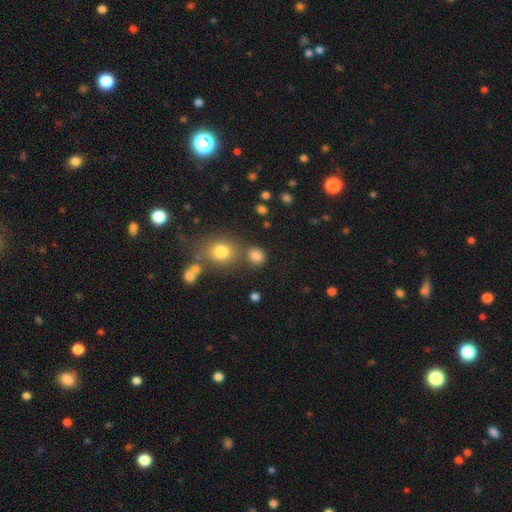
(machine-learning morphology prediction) smooth_or_featured: smooth (p=0.79) [alt: star or artifact p=0.15]
how_rounded: round (p=0.77) [alt: in between p=0.21]
merging: none (p=0.70) [alt: merger p=0.15]